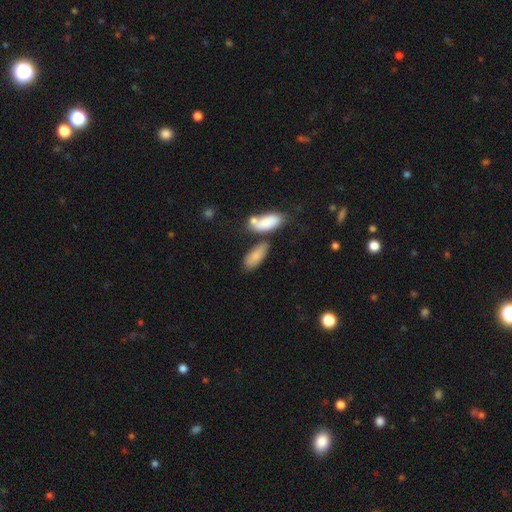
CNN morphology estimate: smooth_or_featured: smooth (p=0.84) [alt: featured or disk p=0.09]
how_rounded: in between (p=0.83) [alt: cigar-shaped p=0.14]
merging: none (p=0.55) [alt: merger p=0.23]